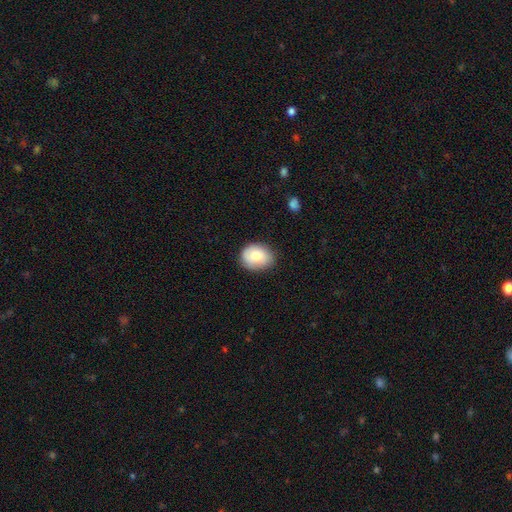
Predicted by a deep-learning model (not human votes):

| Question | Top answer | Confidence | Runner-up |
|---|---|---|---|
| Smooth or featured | smooth | 82% | featured or disk (11%) |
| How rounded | in between | 54% | round (45%) |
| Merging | none | 78% | minor disturbance (18%) |